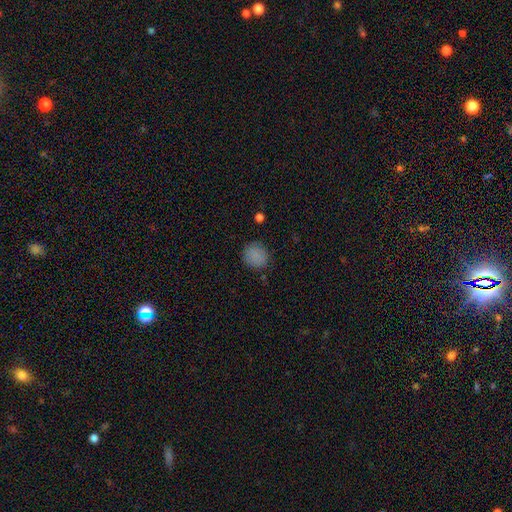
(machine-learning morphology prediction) This is clearly a smooth galaxy (85%). How rounded: clearly round (82%). Merging: clearly none (83%).